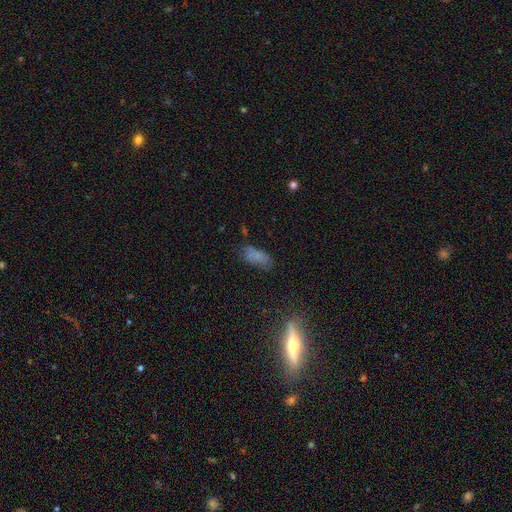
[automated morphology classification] The model was most divided on "merging": none: 58%, minor disturbance: 24%, major disturbance: 11%, merger: 6%. More confident: how rounded — in between (84%); smooth or featured — smooth (71%).